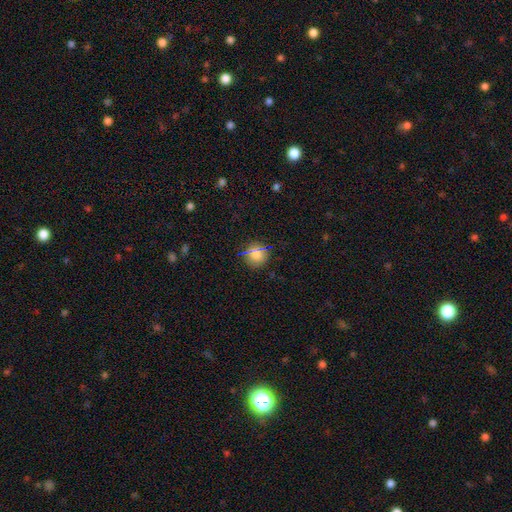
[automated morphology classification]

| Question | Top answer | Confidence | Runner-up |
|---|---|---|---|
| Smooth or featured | smooth | 73% | star or artifact (20%) |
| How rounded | round | 92% | in between (7%) |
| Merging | none | 86% | minor disturbance (9%) |